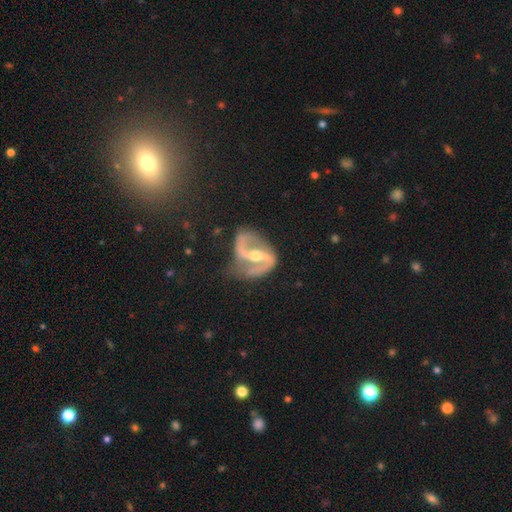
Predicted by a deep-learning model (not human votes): A featured or disk galaxy (91%) with a strong bar (47%), 2 (93%) medium (47%) spiral arms (97%) and a moderate central bulge (60%).

Vote fractions:
- Smooth or featured? featured or disk: 91% / star or artifact: 5% / smooth: 4%
- Edge-on disk? no: 98% / yes: 2%
- Bar? strong: 47% / weak: 34% / no: 18%
- Spiral arms? yes: 97% / no: 3%
- Spiral winding? medium: 47% / loose: 41% / tight: 12%
- Spiral arm count? 2: 93% / 1: 2% / can't tell: 2% / 3: 1% / 4: 1% / more than 4: 1%
- Bulge size? moderate: 60% / small: 36% / large: 2% / none: 1% / dominant: 1%
- Merging? none: 66% / minor disturbance: 21% / major disturbance: 11% / merger: 2%